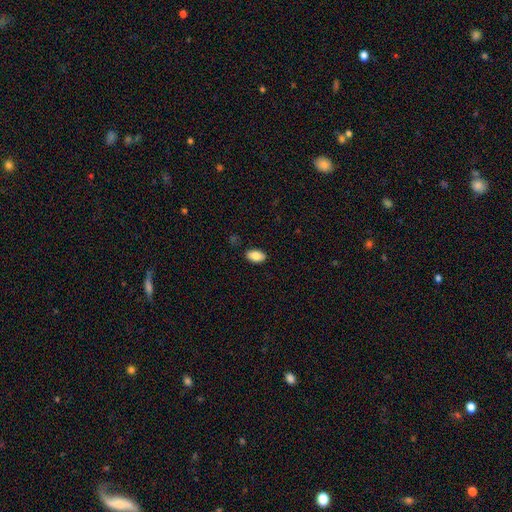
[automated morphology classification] Smooth or featured? smooth (85%)
How rounded? in between (93%)
Merging? none (87%)